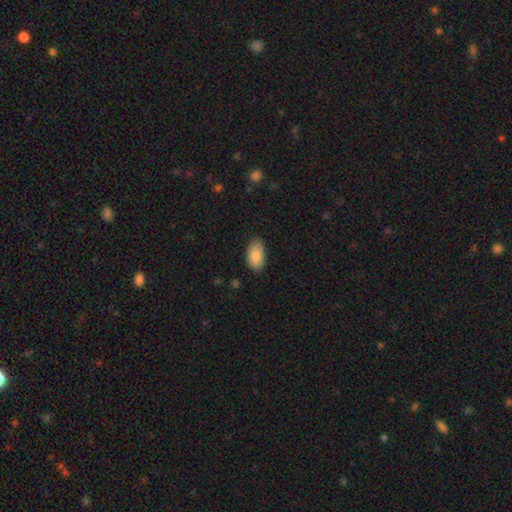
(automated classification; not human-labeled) Smooth or featured: smooth — 86% (featured or disk — 7%)
How rounded: in between — 94% (round — 4%)
Merging: none — 84% (minor disturbance — 13%)